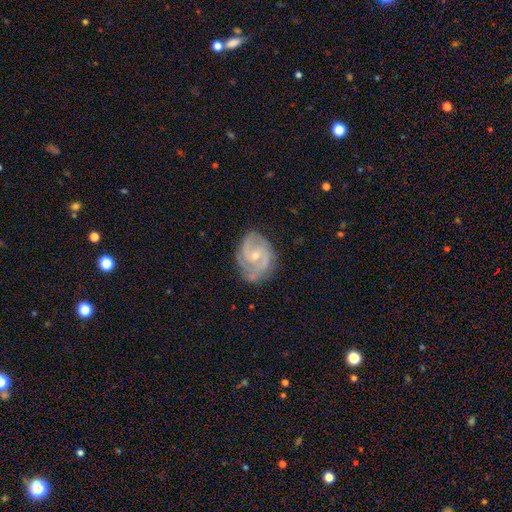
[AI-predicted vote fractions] This is clearly a featured or disk galaxy (85%). It is clearly not viewed edge-on (98%). Bar: possibly no (58%). Spiral arm pattern: clearly yes (96%). Spiral arm count: possibly 2 (59%). Spiral winding: possibly medium (47%). Central bulge: likely small (64%). Merging: likely none (70%).